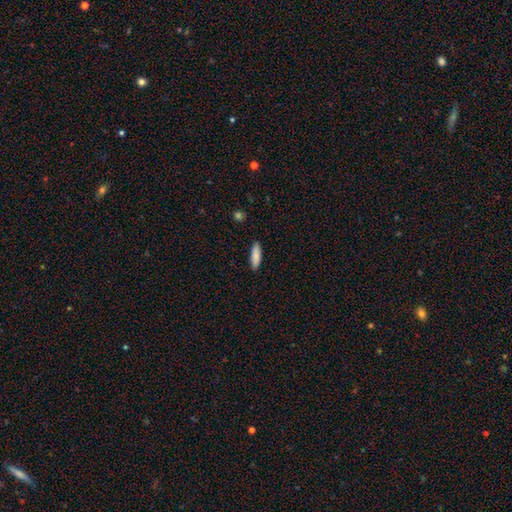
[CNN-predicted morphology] This appears to be a smooth galaxy with no disk features (87%) that is cigar-shaped (57%). Merging: none (89%).